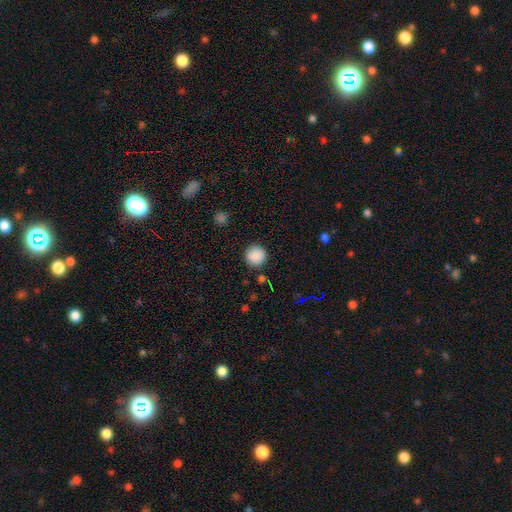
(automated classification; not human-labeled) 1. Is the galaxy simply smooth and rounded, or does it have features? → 88% smooth, 9% star or artifact, 3% featured or disk.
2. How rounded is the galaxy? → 94% round, 5% in between, 1% cigar-shaped.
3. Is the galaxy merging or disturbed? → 89% none, 7% minor disturbance, 2% major disturbance, 2% merger.